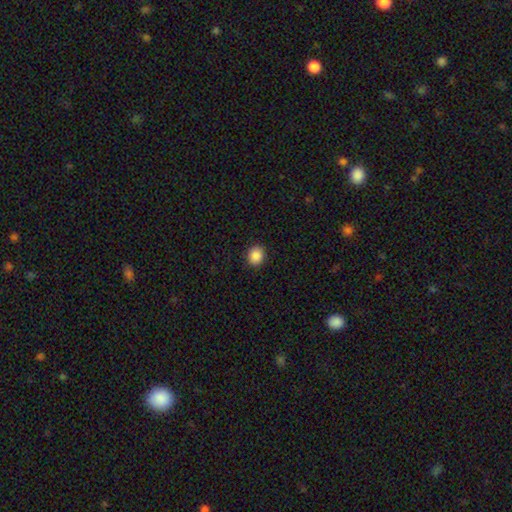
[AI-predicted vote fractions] smooth-or-featured: smooth: 88% | star or artifact: 9% | featured or disk: 3%
  how-rounded: round: 74% | in between: 25% | cigar-shaped: 1%
  merging: none: 91% | minor disturbance: 6% | major disturbance: 2% | merger: 1%